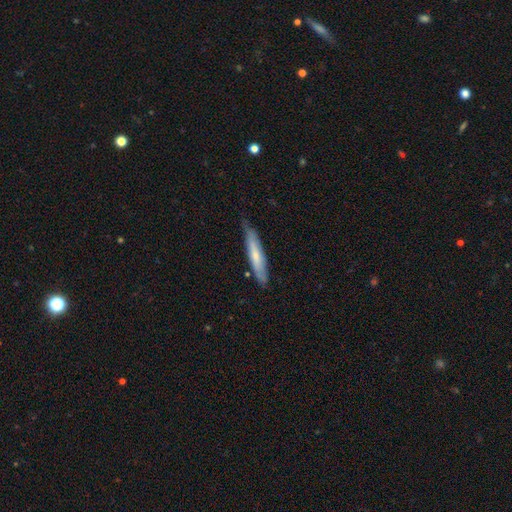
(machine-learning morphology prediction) Q: Smooth or featured?
A: smooth (58%); runner-up: featured or disk (37%)
Q: How rounded?
A: cigar-shaped (89%); runner-up: in between (10%)
Q: Merging?
A: none (72%); runner-up: minor disturbance (23%)